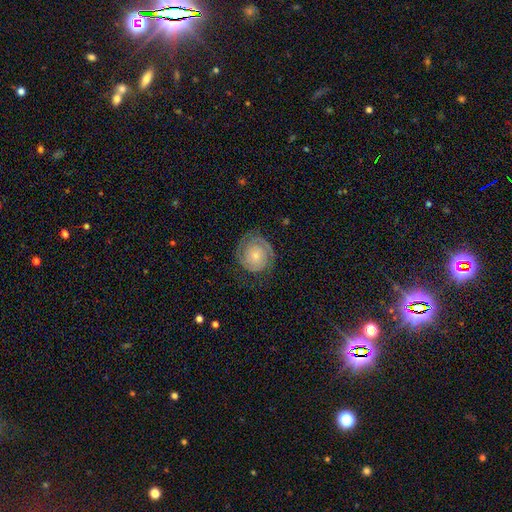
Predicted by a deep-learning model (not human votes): Q: Smooth or featured?
A: featured or disk (75%); runner-up: smooth (18%)
Q: Edge-on disk?
A: no (98%); runner-up: yes (2%)
Q: Bar?
A: no (78%); runner-up: weak (18%)
Q: Spiral arms?
A: yes (94%); runner-up: no (6%)
Q: Spiral winding?
A: tight (71%); runner-up: medium (23%)
Q: Spiral arm count?
A: 2 (62%); runner-up: can't tell (17%)
Q: Bulge size?
A: small (67%); runner-up: moderate (24%)
Q: Merging?
A: none (74%); runner-up: minor disturbance (16%)